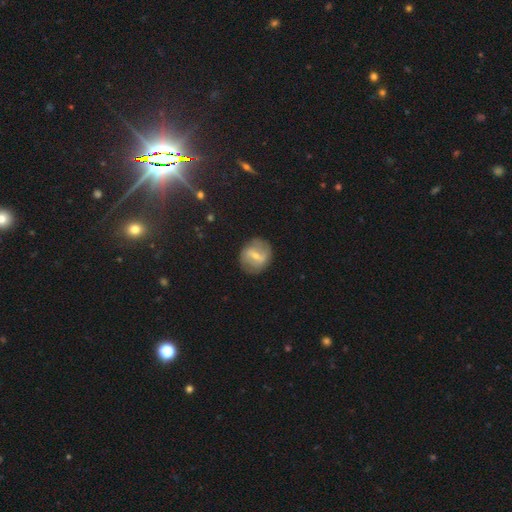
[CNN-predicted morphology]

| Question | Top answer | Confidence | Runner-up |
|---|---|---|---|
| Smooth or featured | featured or disk | 58% | smooth (35%) |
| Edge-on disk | no | 94% | yes (6%) |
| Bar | weak | 43% | strong (42%) |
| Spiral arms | yes | 51% | no (49%) |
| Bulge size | small | 53% | moderate (42%) |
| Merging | none | 79% | minor disturbance (14%) |